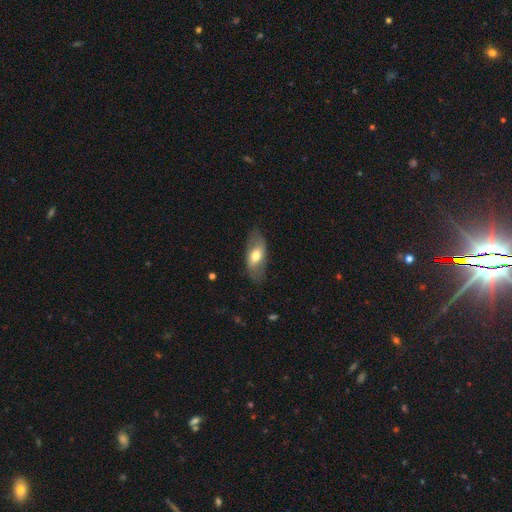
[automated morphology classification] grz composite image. It shows a smooth galaxy with no disk features (57%) that is in between round and cigar-shaped (86%). Merging: none (77%).